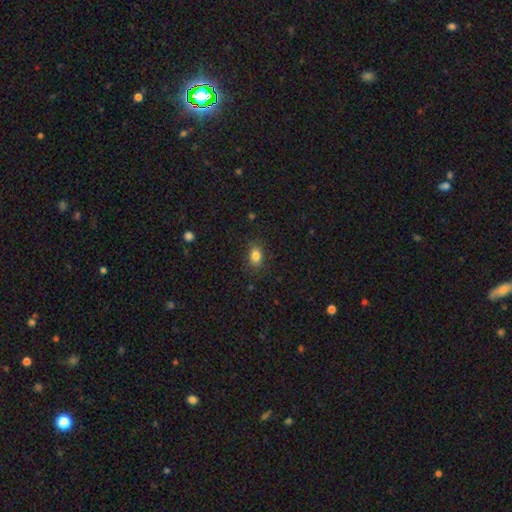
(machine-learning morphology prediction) Smooth or featured? Predicted: smooth (p=0.84). How rounded? Predicted: in between (p=0.75). Merging? Predicted: none (p=0.84).